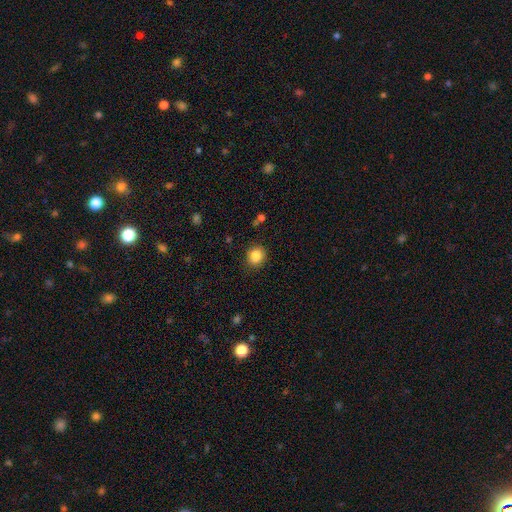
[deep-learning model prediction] A smooth galaxy with no disk features (87%) that is round (77%). Merging: none (85%).